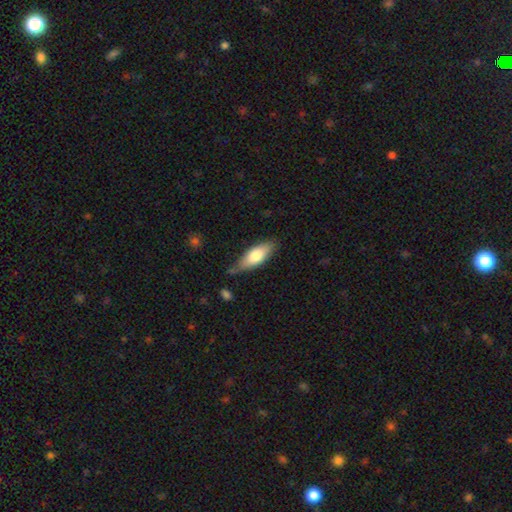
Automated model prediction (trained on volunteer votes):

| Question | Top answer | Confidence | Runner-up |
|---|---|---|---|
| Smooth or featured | smooth | 72% | featured or disk (22%) |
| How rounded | in between | 70% | cigar-shaped (27%) |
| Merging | none | 67% | minor disturbance (24%) |